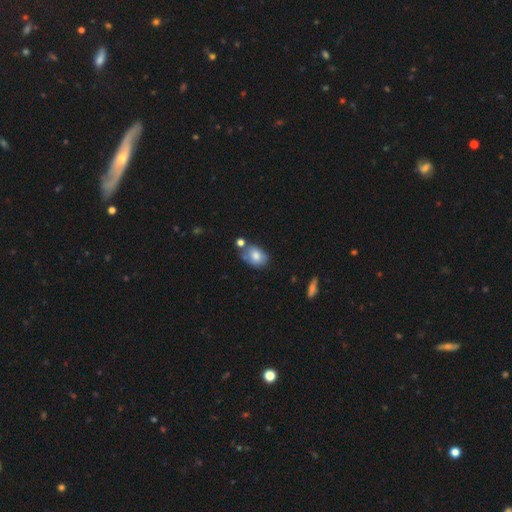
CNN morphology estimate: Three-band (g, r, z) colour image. It shows a smooth galaxy with no disk features (76%) that is in between round and cigar-shaped (77%). Merging: none (51%).